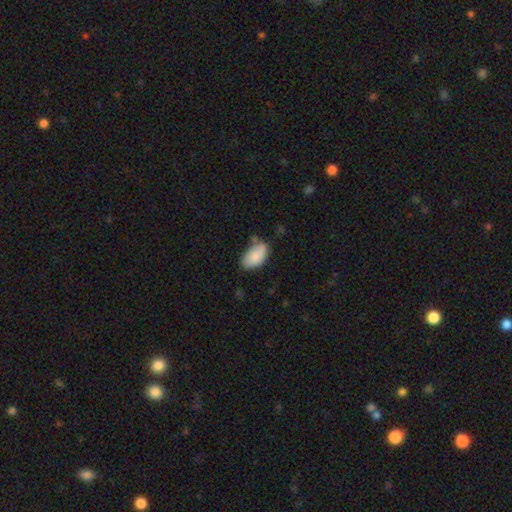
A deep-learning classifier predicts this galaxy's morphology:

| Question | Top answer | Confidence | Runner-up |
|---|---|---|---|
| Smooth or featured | smooth | 87% | featured or disk (7%) |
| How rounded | in between | 95% | round (4%) |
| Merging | none | 60% | minor disturbance (27%) |